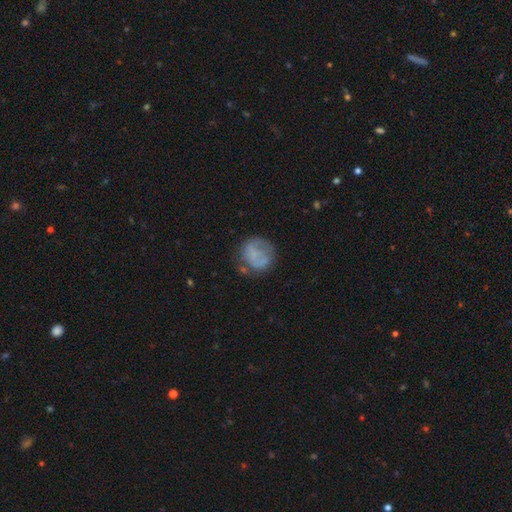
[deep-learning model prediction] Smooth or featured: smooth — 59% (featured or disk — 31%)
How rounded: round — 83% (in between — 16%)
Merging: none — 55% (minor disturbance — 25%)